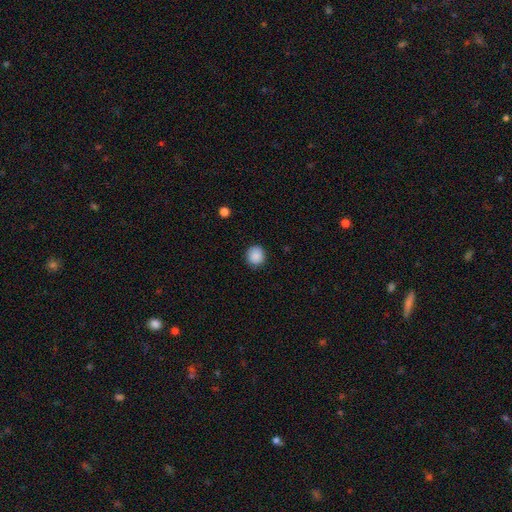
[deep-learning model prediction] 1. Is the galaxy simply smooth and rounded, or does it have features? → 88% smooth, 9% star or artifact, 3% featured or disk.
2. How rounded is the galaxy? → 90% round, 9% in between, 1% cigar-shaped.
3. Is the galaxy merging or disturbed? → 90% none, 7% minor disturbance, 2% major disturbance, 1% merger.